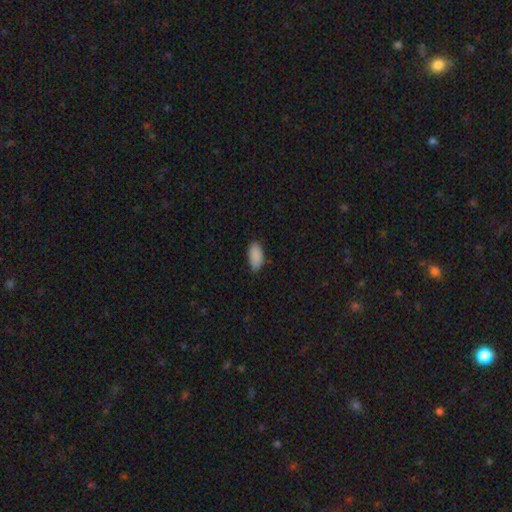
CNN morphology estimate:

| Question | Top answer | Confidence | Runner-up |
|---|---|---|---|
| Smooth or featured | smooth | 89% | star or artifact (7%) |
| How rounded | in between | 92% | cigar-shaped (6%) |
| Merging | none | 79% | minor disturbance (17%) |